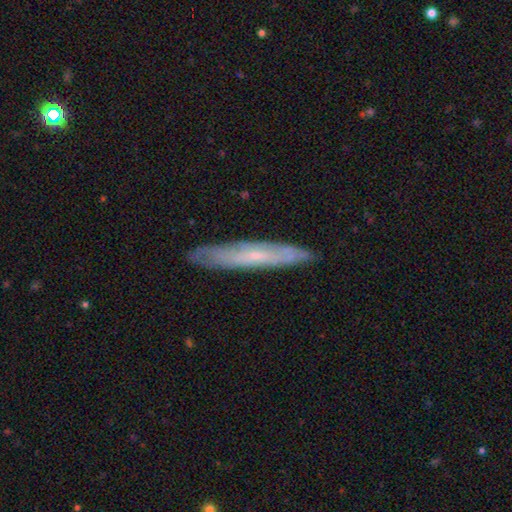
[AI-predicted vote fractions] This is possibly a featured or disk galaxy (57%). It is likely viewed edge-on (70%). Merging: clearly none (86%).